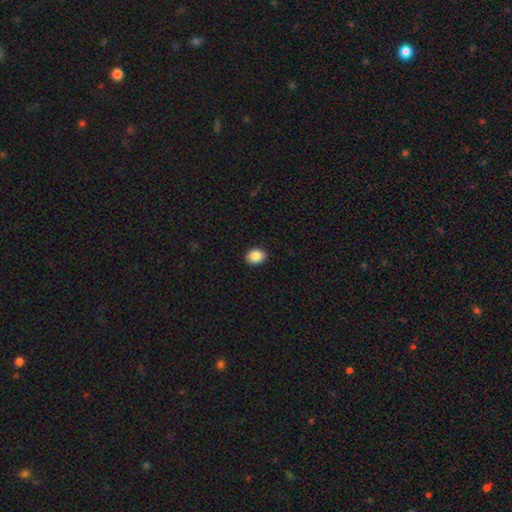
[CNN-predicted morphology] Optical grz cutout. It shows a smooth galaxy with no disk features (88%) that is round (53%). Merging: none (91%).